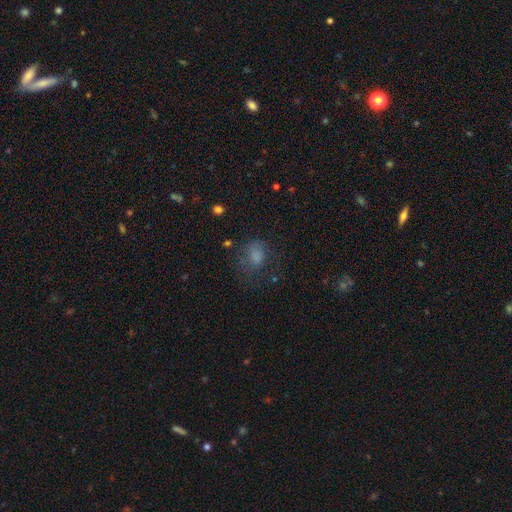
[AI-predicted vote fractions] Morphology: type=smooth (66%); roundness=in between (61%); merging=none (47%).